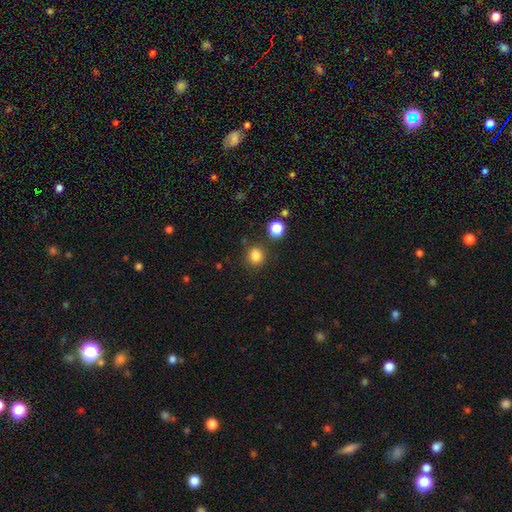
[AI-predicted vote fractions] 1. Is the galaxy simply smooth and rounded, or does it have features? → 84% smooth, 12% star or artifact, 4% featured or disk.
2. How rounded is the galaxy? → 80% round, 19% in between, 1% cigar-shaped.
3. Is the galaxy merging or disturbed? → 83% none, 9% minor disturbance, 5% merger, 3% major disturbance.